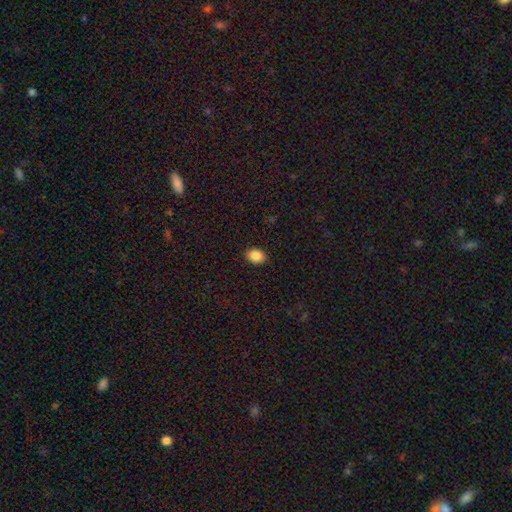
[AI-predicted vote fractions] A smooth galaxy with no disk features (87%) that is in between round and cigar-shaped (70%). Merging: none (90%).